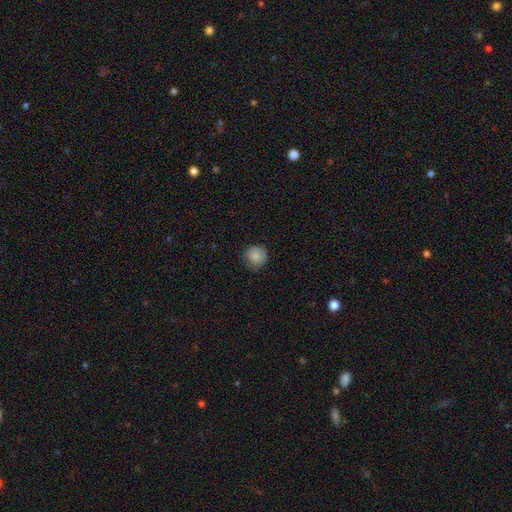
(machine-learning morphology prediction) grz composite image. It shows a smooth galaxy with no disk features (80%) that is round (90%). Merging: none (76%).